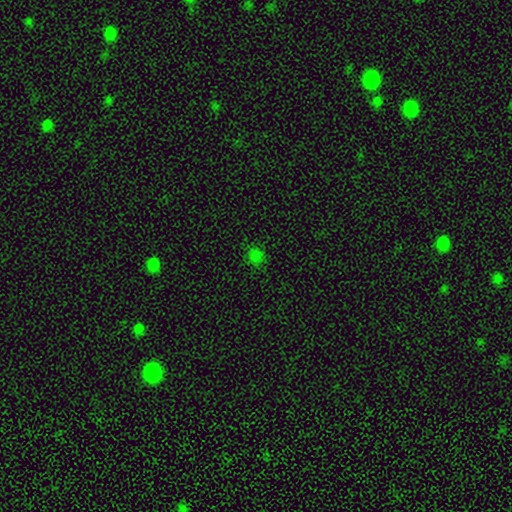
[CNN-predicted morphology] smooth-or-featured: smooth: 71% | star or artifact: 25% | featured or disk: 4%
  how-rounded: round: 88% | in between: 11% | cigar-shaped: 1%
  merging: none: 87% | minor disturbance: 8% | major disturbance: 3% | merger: 2%